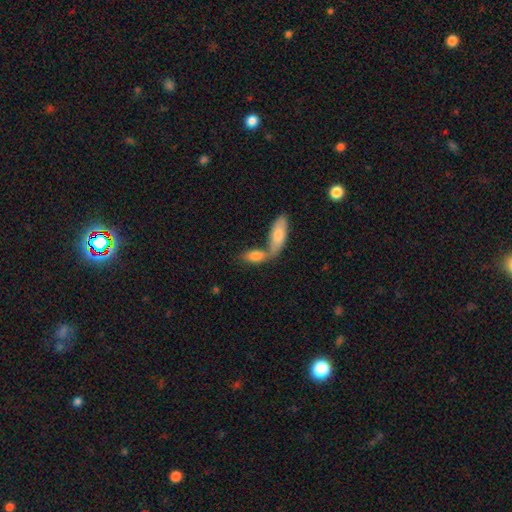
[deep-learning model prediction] Q: Smooth or featured?
A: smooth (79%); runner-up: featured or disk (15%)
Q: How rounded?
A: in between (82%); runner-up: cigar-shaped (15%)
Q: Merging?
A: merger (58%); runner-up: none (30%)